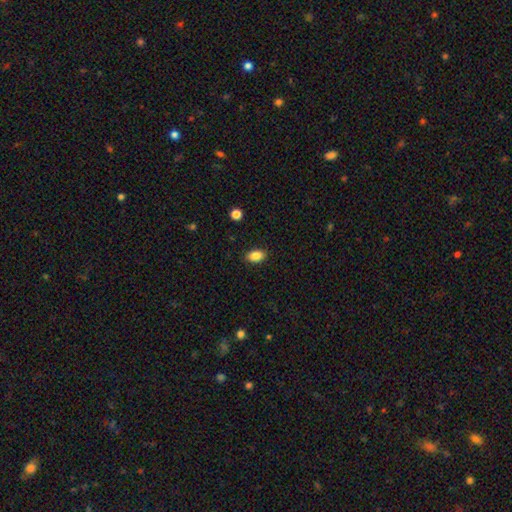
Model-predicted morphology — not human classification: Smooth or featured? Predicted: smooth (p=0.87). How rounded? Predicted: in between (p=0.90). Merging? Predicted: none (p=0.88).